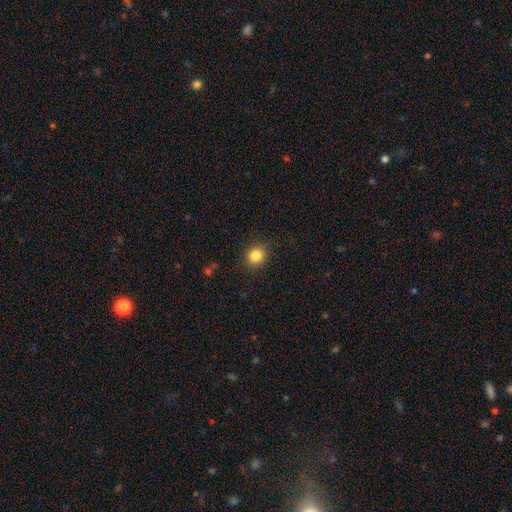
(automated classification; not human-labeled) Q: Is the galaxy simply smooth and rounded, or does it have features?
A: smooth — 84%.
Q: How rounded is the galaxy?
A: round — 80%.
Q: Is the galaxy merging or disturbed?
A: none — 88%.